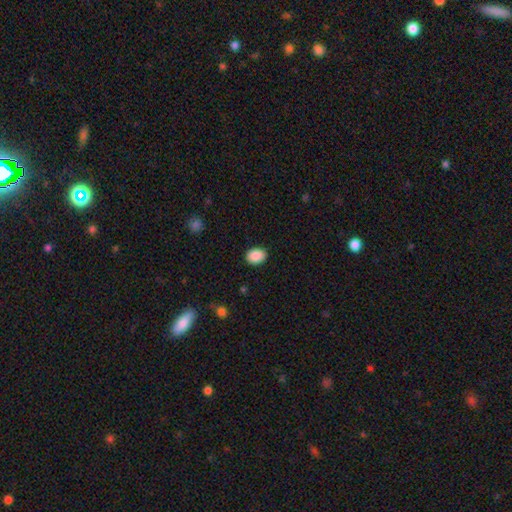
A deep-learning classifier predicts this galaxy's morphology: smooth 90%, star or artifact 8%, featured or disk 3%. Down the decision tree: how rounded — in between (65%); merging — none (88%).